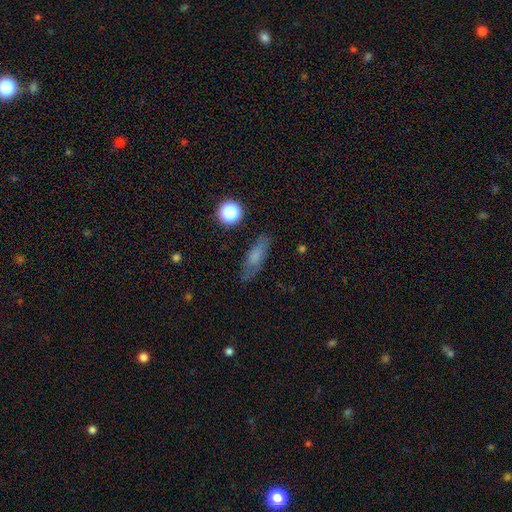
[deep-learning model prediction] smooth-or-featured: smooth: 67% | featured or disk: 21% | star or artifact: 12%
  how-rounded: in between: 51% | cigar-shaped: 43% | round: 6%
  merging: none: 72% | minor disturbance: 19% | major disturbance: 7% | merger: 2%